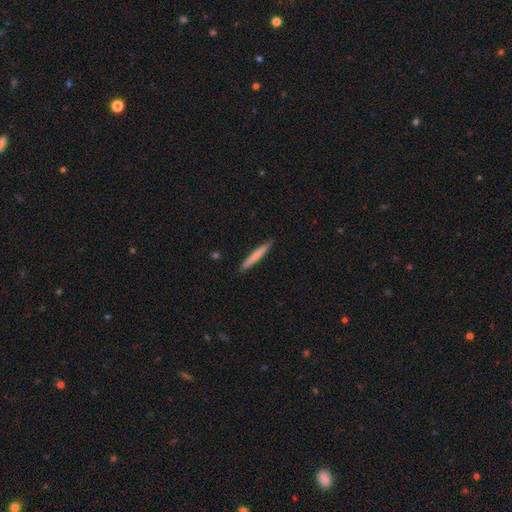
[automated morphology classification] smooth-or-featured: smooth: 71% | featured or disk: 24% | star or artifact: 5%
  how-rounded: cigar-shaped: 96% | in between: 2% | round: 1%
  merging: none: 91% | minor disturbance: 6% | major disturbance: 1% | merger: 1%